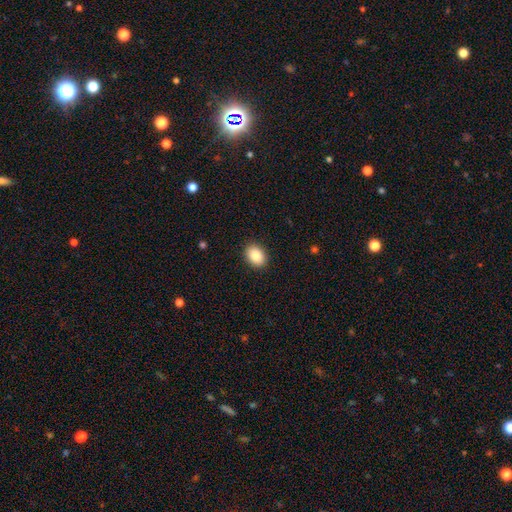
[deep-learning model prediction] Smooth or featured: smooth — 87% (star or artifact — 8%)
How rounded: in between — 71% (round — 28%)
Merging: none — 90% (minor disturbance — 7%)